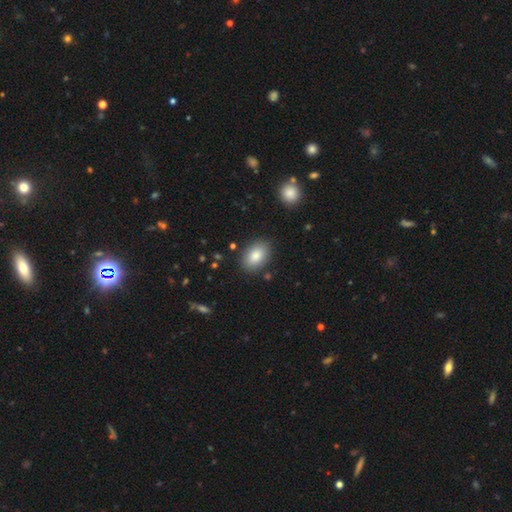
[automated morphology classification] A smooth galaxy with no disk features (85%) that is in between round and cigar-shaped (88%).

Vote fractions:
- Smooth or featured? smooth: 85% / featured or disk: 8% / star or artifact: 7%
- How rounded? in between: 88% / round: 11% / cigar-shaped: 1%
- Merging? none: 85% / minor disturbance: 11% / major disturbance: 3% / merger: 2%